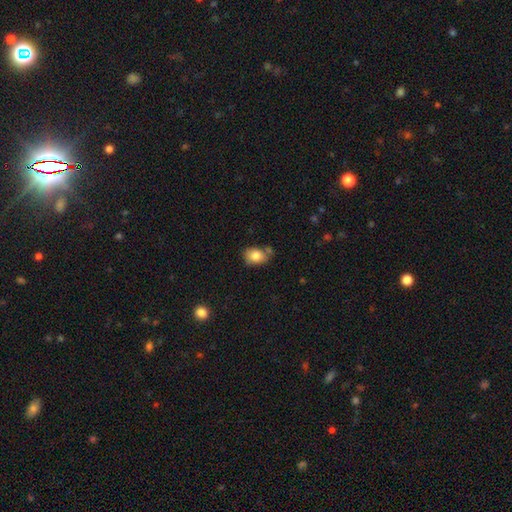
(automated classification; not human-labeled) smooth_or_featured: smooth (p=0.82) [alt: featured or disk p=0.10]
how_rounded: in between (p=0.69) [alt: round p=0.30]
merging: none (p=0.60) [alt: minor disturbance p=0.22]